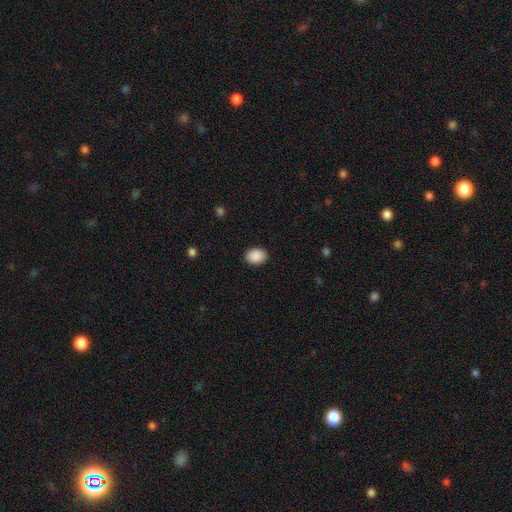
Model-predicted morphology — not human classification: This is clearly a smooth galaxy (90%). How rounded: likely in between (66%). Merging: clearly none (89%).